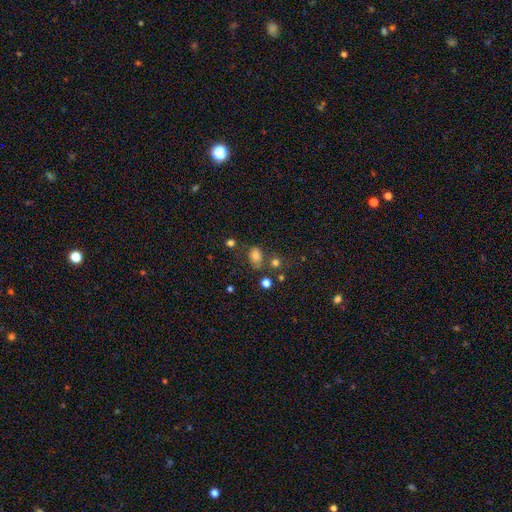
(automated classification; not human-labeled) Morphology: type=smooth (72%); roundness=in between (71%); merging=none (62%).